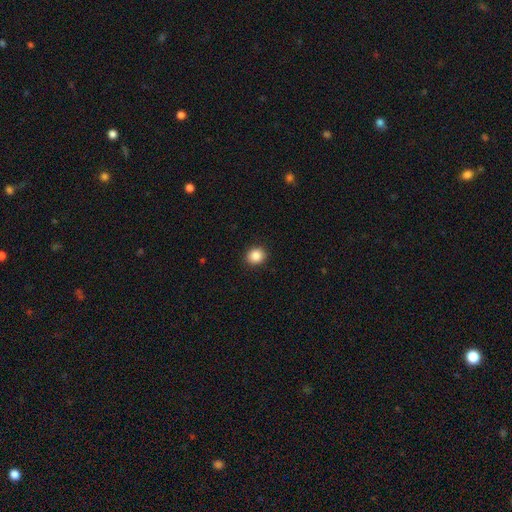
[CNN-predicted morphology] A smooth galaxy with no disk features (86%) that is round (79%). Merging: none (91%).